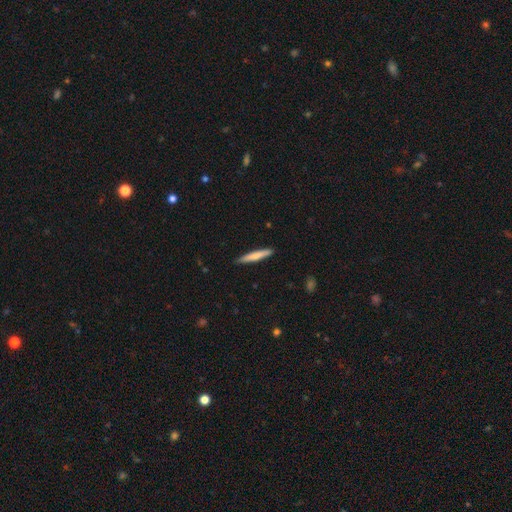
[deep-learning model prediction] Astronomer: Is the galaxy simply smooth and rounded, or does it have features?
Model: smooth — 69%.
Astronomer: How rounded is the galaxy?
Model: cigar-shaped — 94%.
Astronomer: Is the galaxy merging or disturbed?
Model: none — 90%.